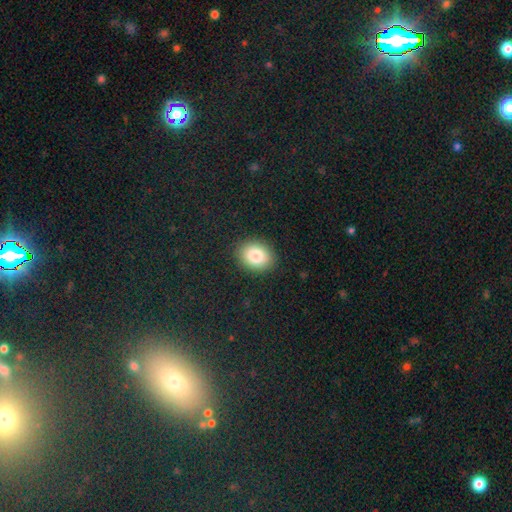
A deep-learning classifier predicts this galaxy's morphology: A smooth galaxy with no disk features (85%) that is in between round and cigar-shaped (53%).

Vote fractions:
- Smooth or featured? smooth: 85% / star or artifact: 9% / featured or disk: 6%
- How rounded? in between: 53% / round: 46% / cigar-shaped: 1%
- Merging? none: 89% / minor disturbance: 8% / major disturbance: 2% / merger: 1%